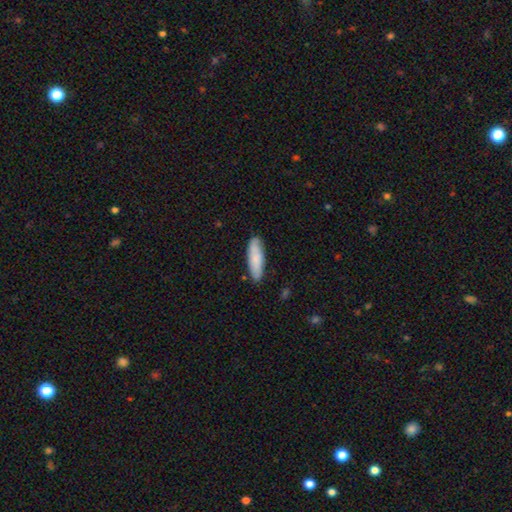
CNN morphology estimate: A smooth galaxy with no disk features (81%) that is cigar-shaped (52%).

Vote fractions:
- Smooth or featured? smooth: 81% / featured or disk: 14% / star or artifact: 6%
- How rounded? cigar-shaped: 52% / in between: 46% / round: 1%
- Merging? none: 83% / minor disturbance: 13% / major disturbance: 2% / merger: 1%